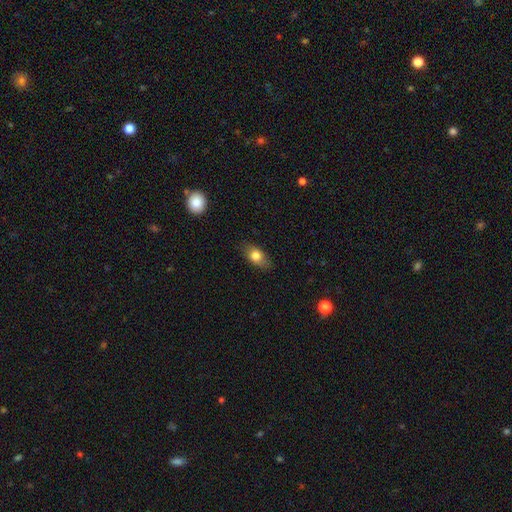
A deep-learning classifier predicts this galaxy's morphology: Smooth or featured? smooth (76%)
How rounded? in between (80%)
Merging? none (82%)